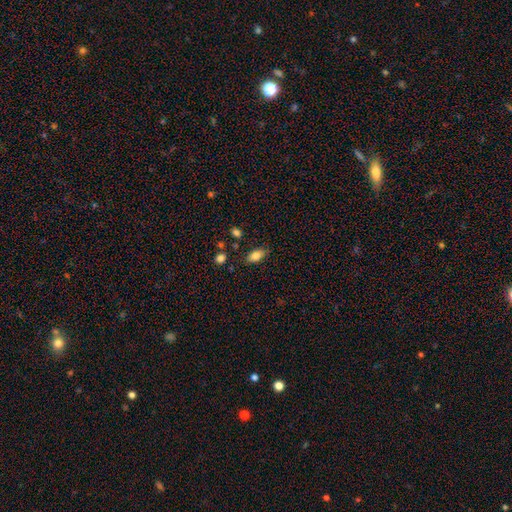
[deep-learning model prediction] Morphology: type=smooth (82%); roundness=in between (89%); merging=none (82%).